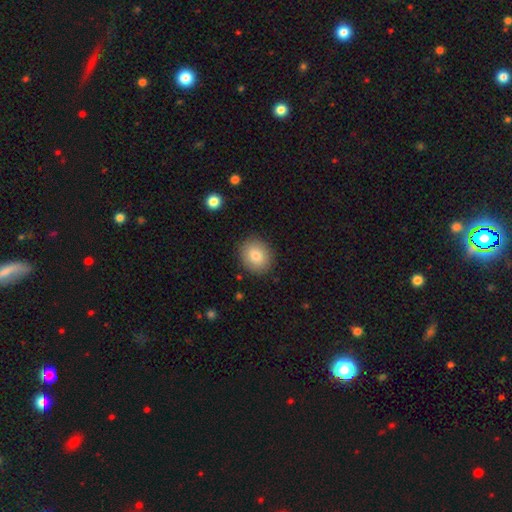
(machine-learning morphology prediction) Smooth or featured?
  - smooth: 82% *
  - featured or disk: 10%
  - star or artifact: 9%
How rounded?
  - round: 67% *
  - in between: 32%
  - cigar-shaped: 1%
Merging?
  - none: 88% *
  - minor disturbance: 8%
  - major disturbance: 2%
  - merger: 1%